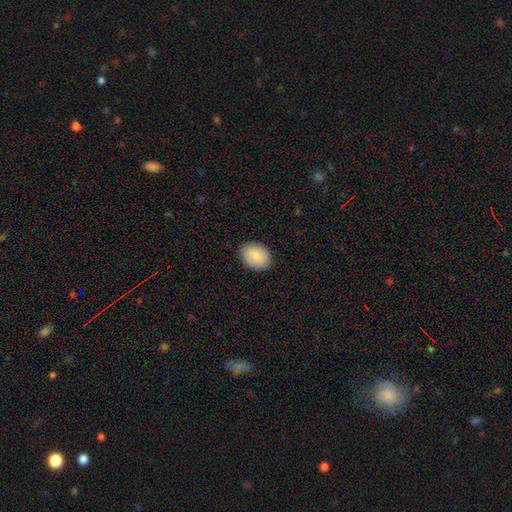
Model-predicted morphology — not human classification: smooth_or_featured: smooth (p=0.86) [alt: featured or disk p=0.08]
how_rounded: in between (p=0.66) [alt: round p=0.33]
merging: none (p=0.87) [alt: minor disturbance p=0.10]